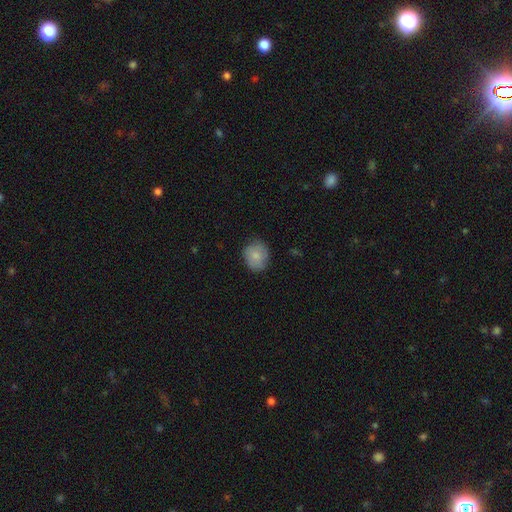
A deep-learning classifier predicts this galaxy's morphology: smooth-or-featured: smooth: 80% | featured or disk: 14% | star or artifact: 7%
  how-rounded: round: 72% | in between: 27% | cigar-shaped: 1%
  merging: none: 76% | minor disturbance: 19% | major disturbance: 4% | merger: 1%